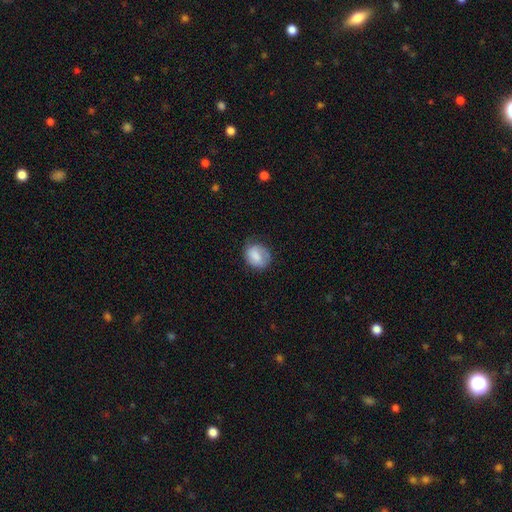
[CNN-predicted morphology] smooth 74%, featured or disk 19%, star or artifact 7%. Down the decision tree: how rounded — round (50%); merging — none (62%).